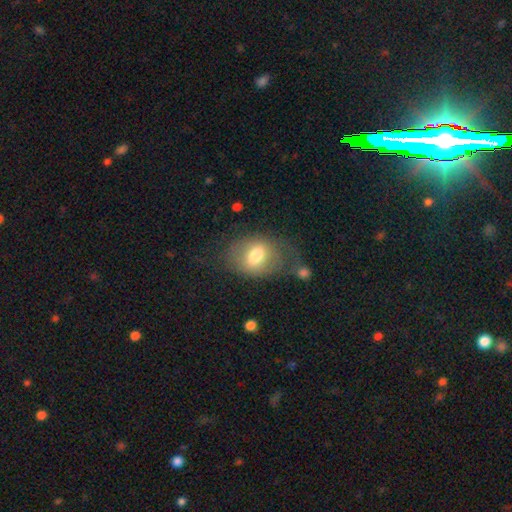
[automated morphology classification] Overall: smooth (67%). How rounded: in between (66%; round 32%). Merging: none (51%; minor disturbance 23%).